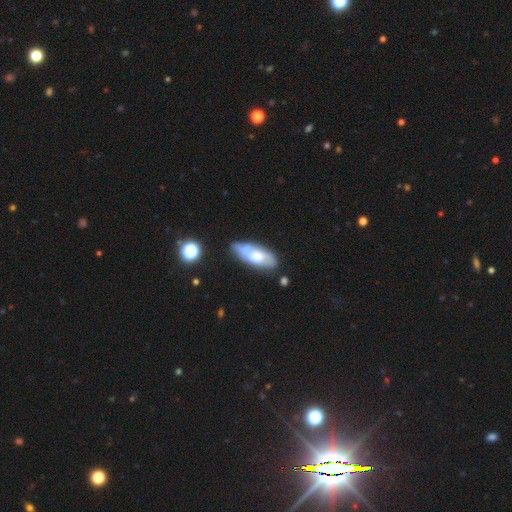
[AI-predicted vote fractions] smooth-or-featured: smooth: 52% | featured or disk: 41% | star or artifact: 7%
  how-rounded: in between: 78% | cigar-shaped: 19% | round: 2%
  merging: none: 64% | minor disturbance: 24% | major disturbance: 6% | merger: 6%